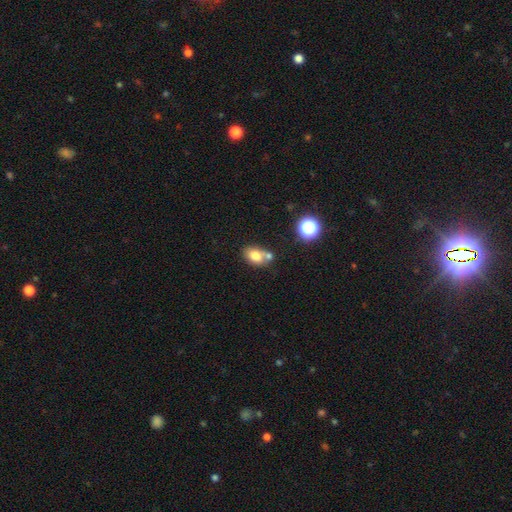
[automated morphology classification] This is likely a smooth galaxy (75%). How rounded: likely in between (73%). Merging: possibly none (46%).